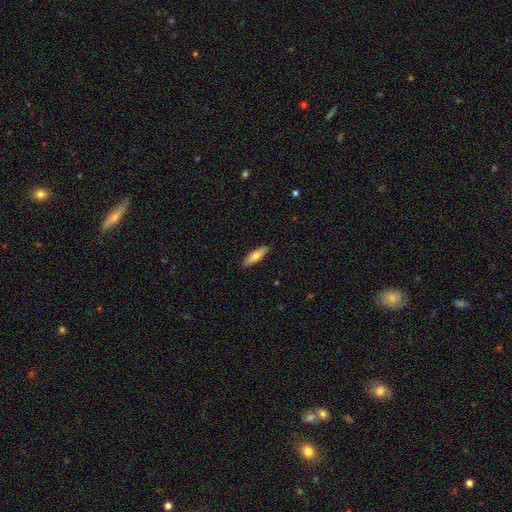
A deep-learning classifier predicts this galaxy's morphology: This is likely a smooth galaxy (68%). How rounded: likely cigar-shaped (60%). Merging: clearly none (89%).